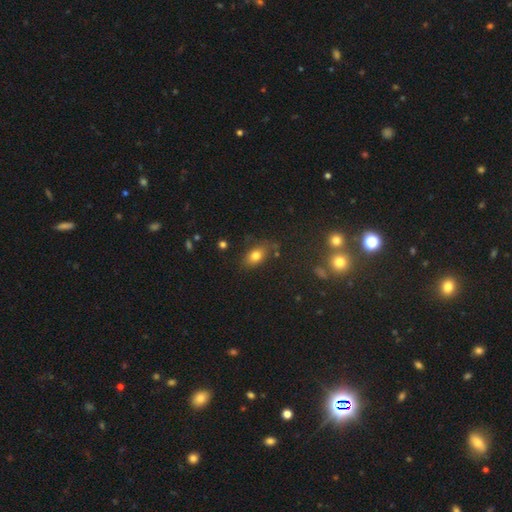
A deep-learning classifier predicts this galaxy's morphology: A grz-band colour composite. It shows a smooth galaxy with no disk features (76%) that is in between round and cigar-shaped (80%). Merging: none (71%).